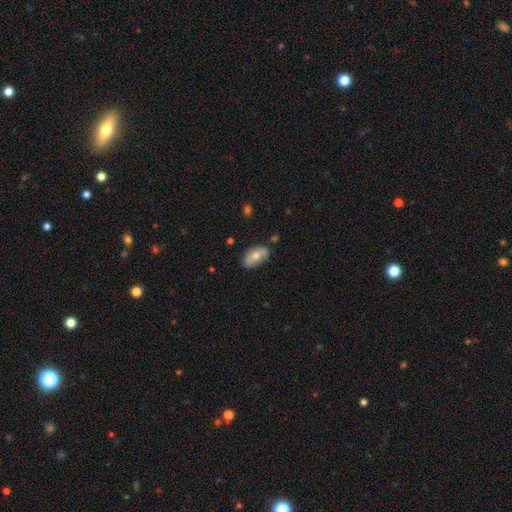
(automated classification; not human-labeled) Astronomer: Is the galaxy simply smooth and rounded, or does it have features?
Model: smooth — 62%.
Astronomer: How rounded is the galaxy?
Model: in between — 92%.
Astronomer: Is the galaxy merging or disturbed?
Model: none — 73%.